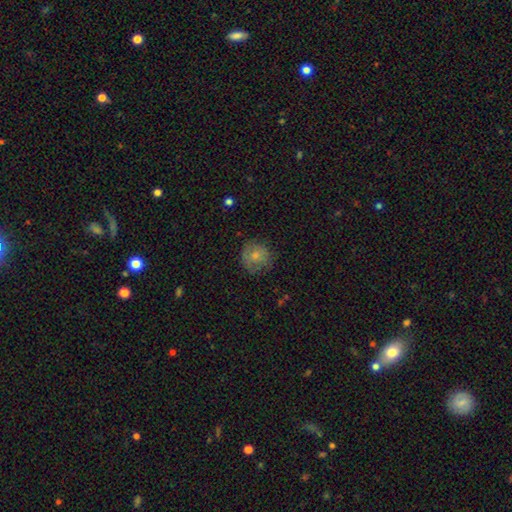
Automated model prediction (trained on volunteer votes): Smooth or featured: smooth — 71% (featured or disk — 20%)
How rounded: round — 90% (in between — 9%)
Merging: none — 72% (minor disturbance — 20%)